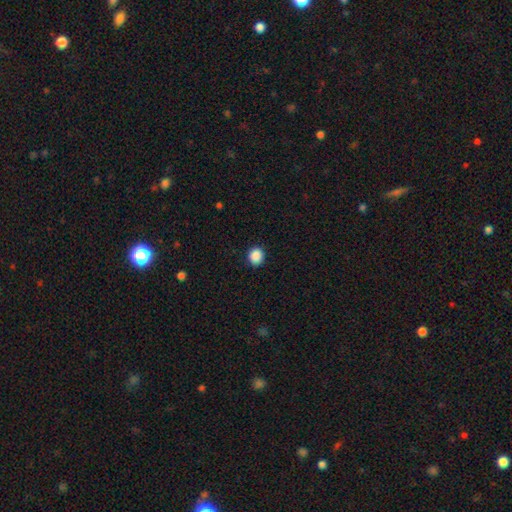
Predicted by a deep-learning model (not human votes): smooth 89%, star or artifact 9%, featured or disk 2%. Down the decision tree: how rounded — round (71%); merging — none (89%).